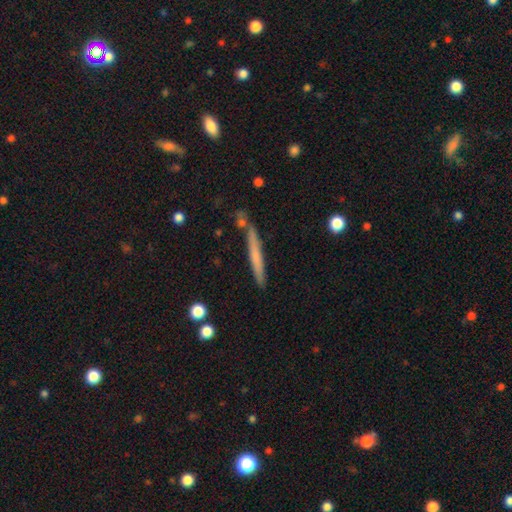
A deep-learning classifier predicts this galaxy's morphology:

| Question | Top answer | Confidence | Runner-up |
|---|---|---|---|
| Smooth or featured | smooth | 57% | featured or disk (37%) |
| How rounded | cigar-shaped | 96% | in between (2%) |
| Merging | none | 81% | minor disturbance (12%) |